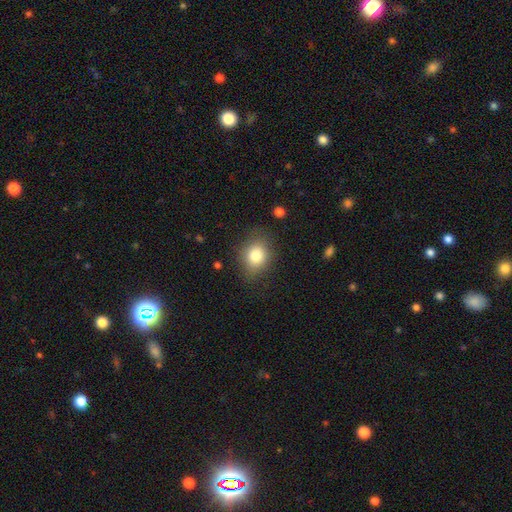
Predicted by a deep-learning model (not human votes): Overall: smooth (81%). How rounded: round (57%; in between 42%). Merging: none (81%).